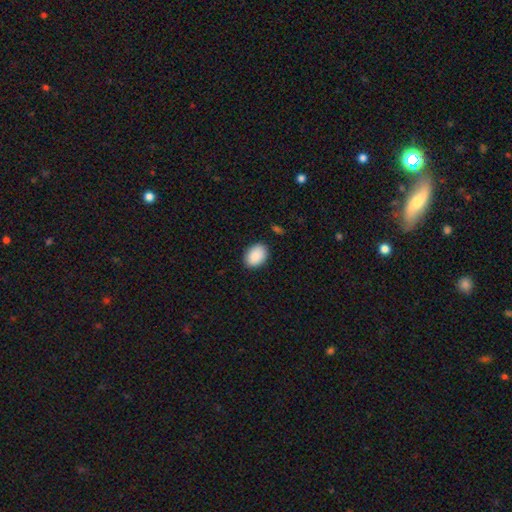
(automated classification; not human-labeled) smooth_or_featured: smooth (p=0.90) [alt: star or artifact p=0.06]
how_rounded: in between (p=0.78) [alt: round p=0.21]
merging: none (p=0.87) [alt: minor disturbance p=0.09]